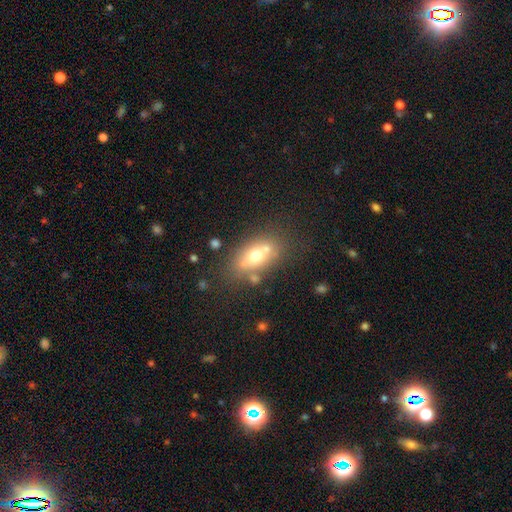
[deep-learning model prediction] Overall: smooth (61%; featured or disk 29%). How rounded: in between (79%). Merging: none (61%).